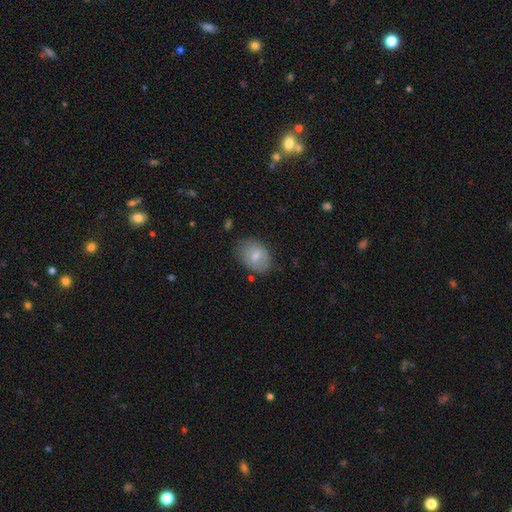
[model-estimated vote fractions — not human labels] A smooth galaxy with no disk features (69%) that is in between round and cigar-shaped (75%).

Vote fractions:
- Smooth or featured? smooth: 69% / featured or disk: 24% / star or artifact: 7%
- How rounded? in between: 75% / round: 23% / cigar-shaped: 1%
- Merging? none: 69% / minor disturbance: 23% / major disturbance: 6% / merger: 3%